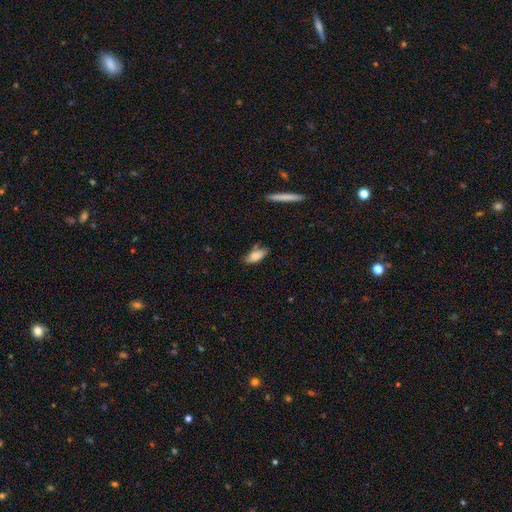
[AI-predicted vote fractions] This is clearly a smooth galaxy (82%). How rounded: clearly in between (82%). Merging: likely none (65%).